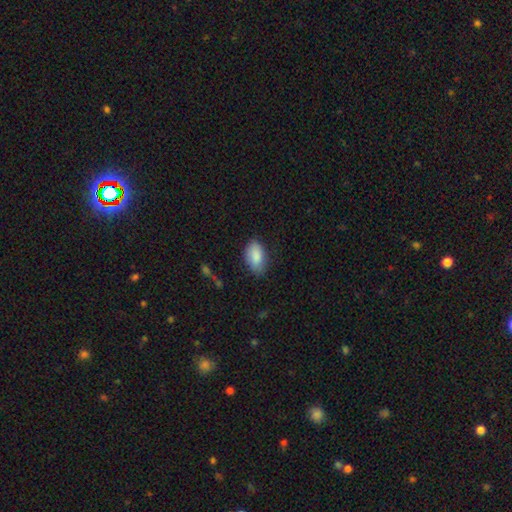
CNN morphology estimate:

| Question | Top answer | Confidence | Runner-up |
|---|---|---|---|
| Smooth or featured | smooth | 88% | star or artifact (7%) |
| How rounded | in between | 93% | round (5%) |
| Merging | none | 74% | minor disturbance (20%) |